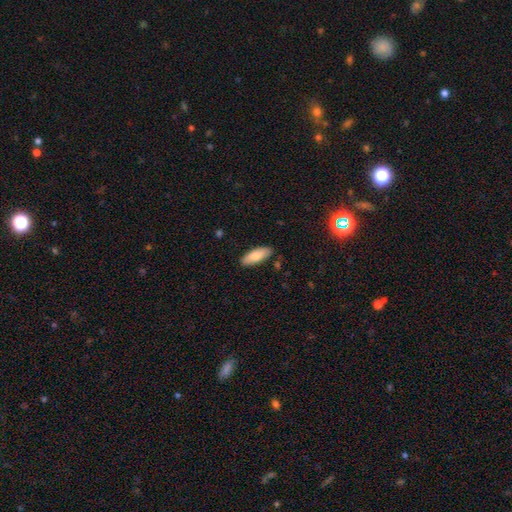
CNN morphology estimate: This appears to be a smooth galaxy with no disk features (79%) that is in between round and cigar-shaped (75%). Merging: none (86%).